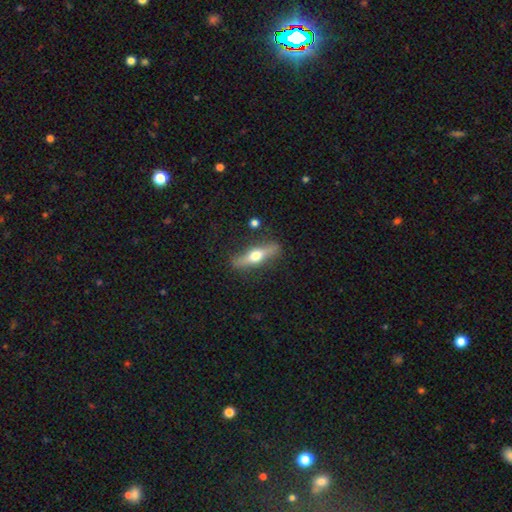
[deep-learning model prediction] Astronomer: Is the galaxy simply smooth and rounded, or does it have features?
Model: featured or disk — 60% (runner-up: smooth, 35%).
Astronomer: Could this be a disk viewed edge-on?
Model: yes — 92%.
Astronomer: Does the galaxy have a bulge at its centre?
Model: rounded — 95%.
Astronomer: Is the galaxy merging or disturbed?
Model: none — 84%.